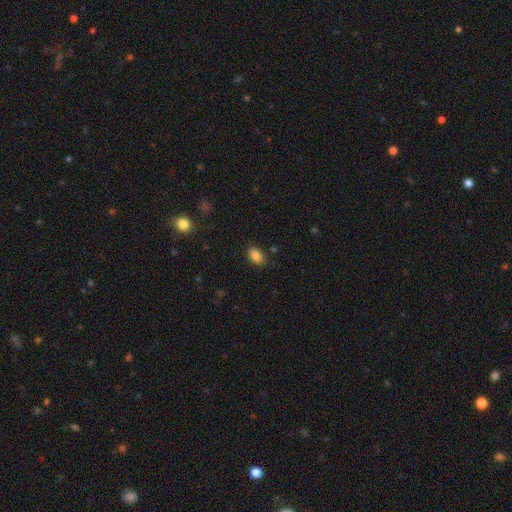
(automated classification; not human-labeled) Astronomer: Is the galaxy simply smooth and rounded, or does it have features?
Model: smooth — 86%.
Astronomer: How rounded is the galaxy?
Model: in between — 87%.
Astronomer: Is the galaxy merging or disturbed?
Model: none — 81%.